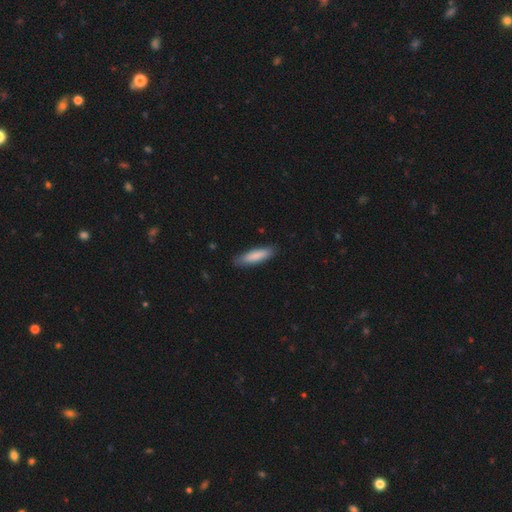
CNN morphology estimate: smooth 85%, featured or disk 10%, star or artifact 5%. Down the decision tree: how rounded — cigar-shaped (69%); merging — none (85%).